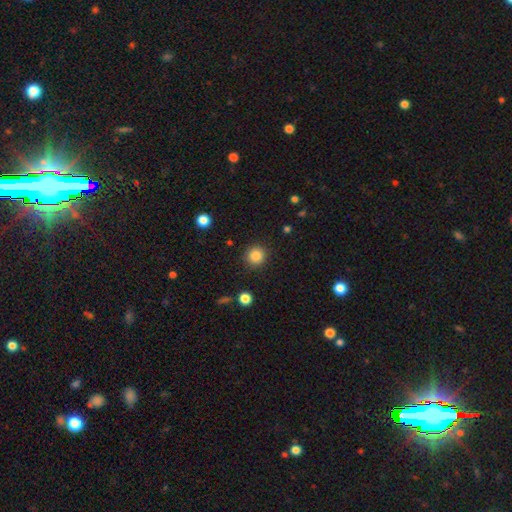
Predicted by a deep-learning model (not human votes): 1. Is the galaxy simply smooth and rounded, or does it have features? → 86% smooth, 10% star or artifact, 4% featured or disk.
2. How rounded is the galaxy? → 93% round, 6% in between, 1% cigar-shaped.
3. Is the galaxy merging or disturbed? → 90% none, 7% minor disturbance, 3% major disturbance, 1% merger.